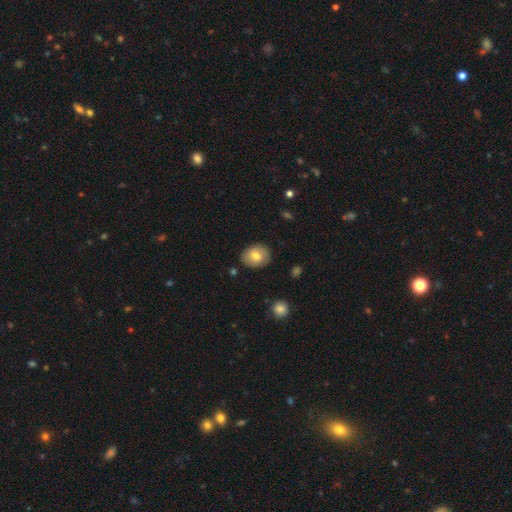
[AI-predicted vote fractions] Overall: smooth (72%). How rounded: round (56%; in between 43%). Merging: none (82%).